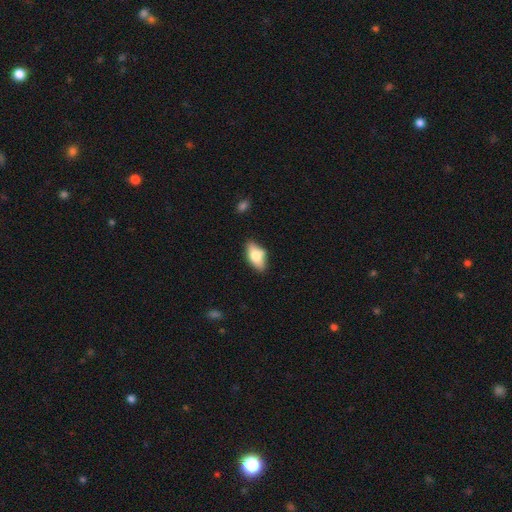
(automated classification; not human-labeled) Smooth or featured? smooth (71%)
How rounded? in between (88%)
Merging? none (71%)